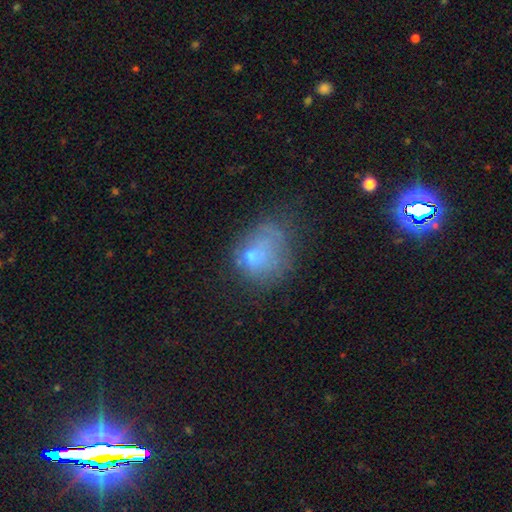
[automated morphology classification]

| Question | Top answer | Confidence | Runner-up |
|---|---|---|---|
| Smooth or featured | smooth | 55% | featured or disk (31%) |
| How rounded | round | 54% | in between (45%) |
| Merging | none | 36% | major disturbance (29%) |